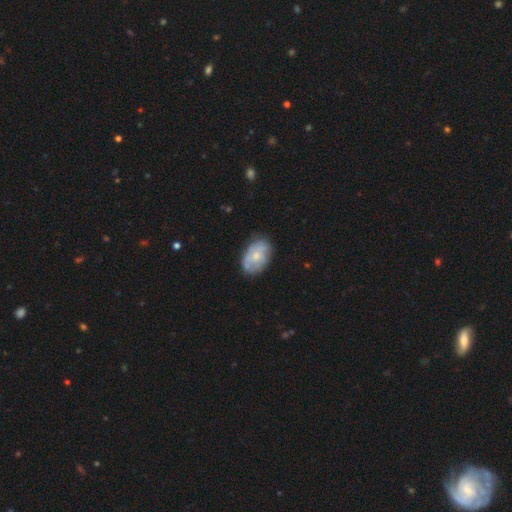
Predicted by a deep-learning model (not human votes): smooth_or_featured: featured or disk (p=0.51) [alt: smooth p=0.43]
disk_edge_on: no (p=0.96) [alt: yes p=0.04]
merging: none (p=0.67) [alt: minor disturbance p=0.23]